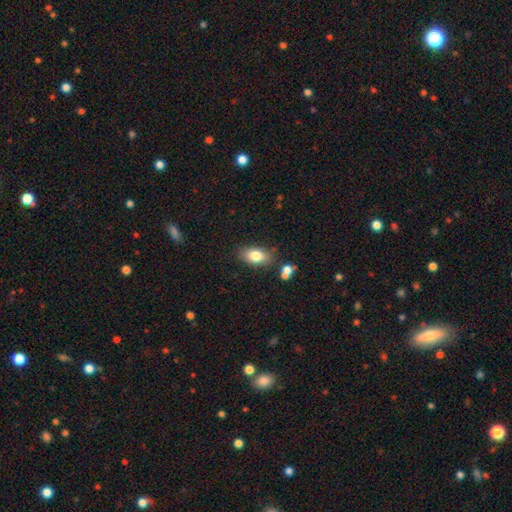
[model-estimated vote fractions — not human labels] Smooth or featured?
  - smooth: 79% *
  - featured or disk: 12%
  - star or artifact: 8%
How rounded?
  - in between: 88% *
  - round: 8%
  - cigar-shaped: 4%
Merging?
  - none: 77% *
  - minor disturbance: 13%
  - merger: 6%
  - major disturbance: 3%